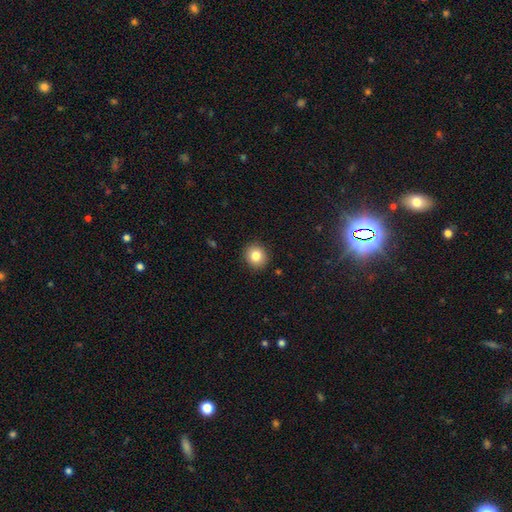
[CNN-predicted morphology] Smooth or featured? smooth (84%)
How rounded? round (86%)
Merging? none (91%)